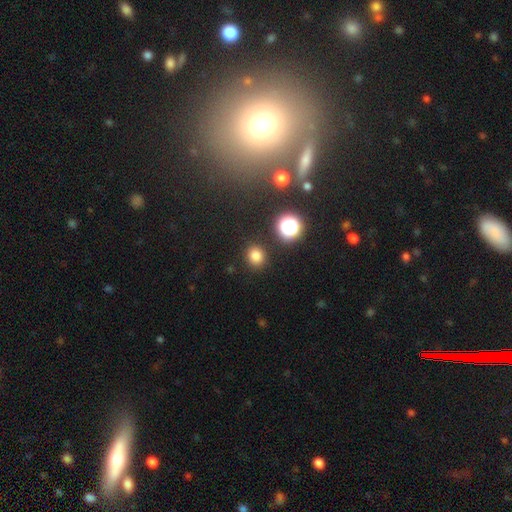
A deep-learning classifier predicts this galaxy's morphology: A smooth galaxy with no disk features (78%) that is round (78%). Merging: none (88%).